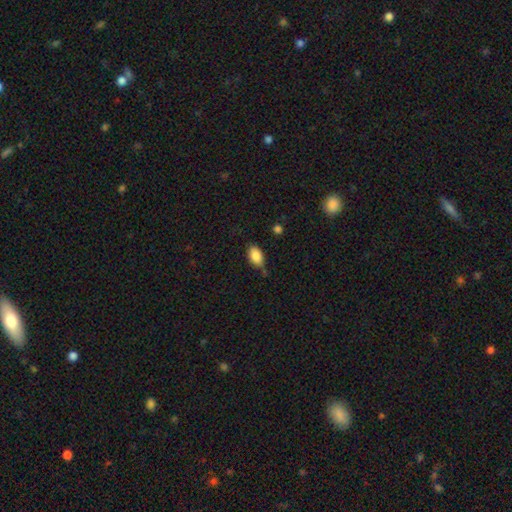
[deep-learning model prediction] Morphology: type=smooth (87%); roundness=in between (90%); merging=none (65%).